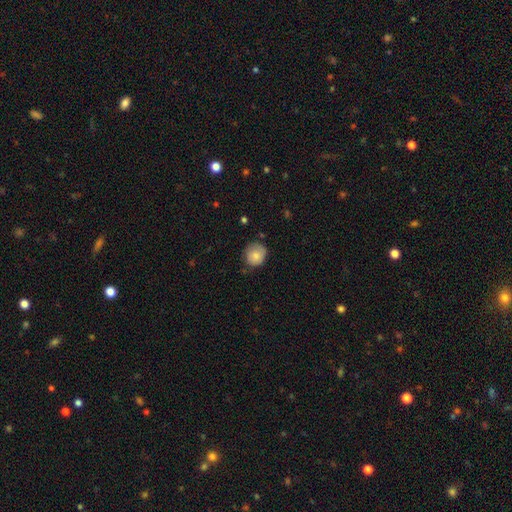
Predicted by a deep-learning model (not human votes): The model was most divided on "merging": none: 67%, minor disturbance: 26%, major disturbance: 5%, merger: 2%. More confident: how rounded — round (84%); smooth or featured — smooth (79%).